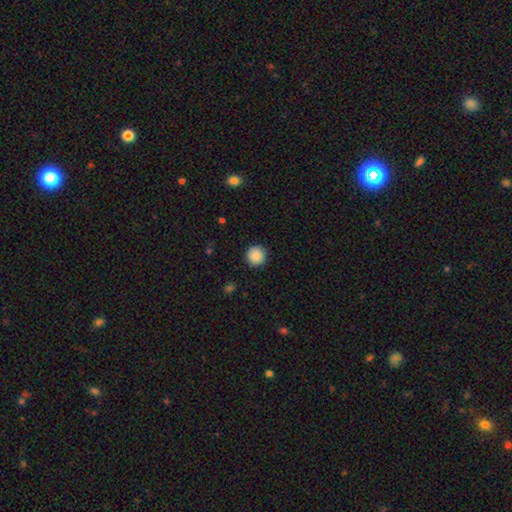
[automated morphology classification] A smooth galaxy with no disk features (89%) that is round (95%).

Vote fractions:
- Smooth or featured? smooth: 89% / star or artifact: 8% / featured or disk: 3%
- How rounded? round: 95% / in between: 4% / cigar-shaped: 1%
- Merging? none: 91% / minor disturbance: 6% / major disturbance: 2% / merger: 1%